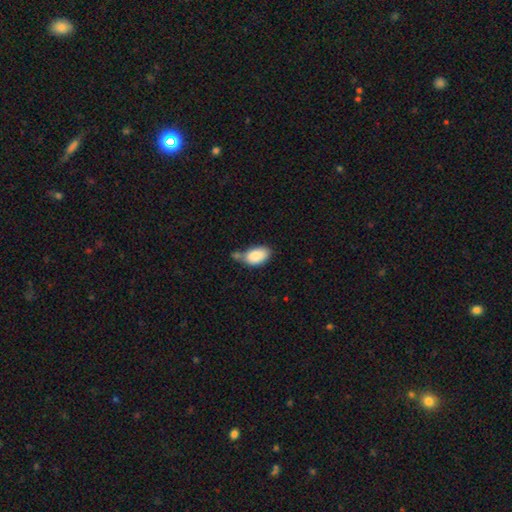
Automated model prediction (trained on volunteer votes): A smooth galaxy with no disk features (87%) that is in between round and cigar-shaped (93%).

Vote fractions:
- Smooth or featured? smooth: 87% / star or artifact: 7% / featured or disk: 6%
- How rounded? in between: 93% / round: 5% / cigar-shaped: 2%
- Merging? none: 46% / minor disturbance: 24% / merger: 23% / major disturbance: 7%